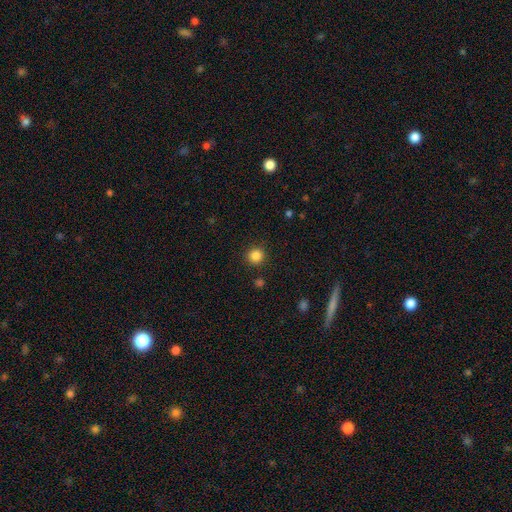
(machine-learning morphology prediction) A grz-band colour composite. It shows a smooth galaxy with no disk features (85%) that is round (94%). Merging: none (90%).